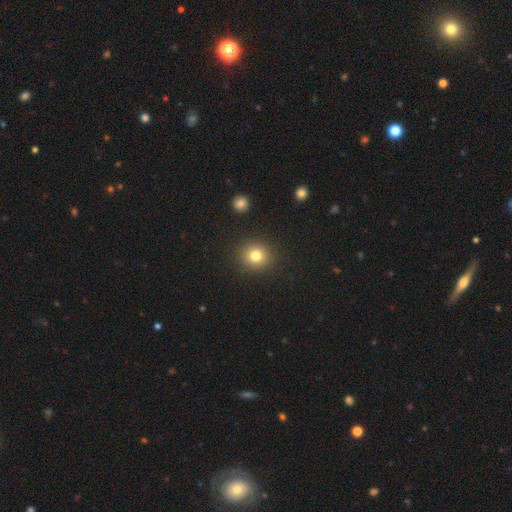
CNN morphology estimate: The model was most divided on "smooth or featured": smooth: 80%, star or artifact: 12%, featured or disk: 7%. More confident: merging — none (89%); how rounded — round (85%).